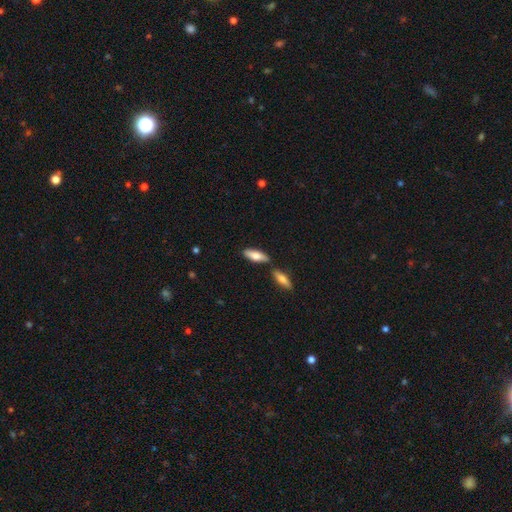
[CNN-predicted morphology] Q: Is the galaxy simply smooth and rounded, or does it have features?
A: smooth — 77%.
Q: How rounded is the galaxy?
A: in between — 60%.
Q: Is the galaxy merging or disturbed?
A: none — 73%.